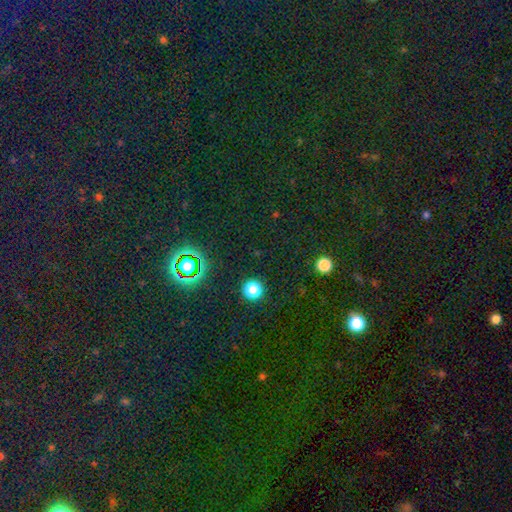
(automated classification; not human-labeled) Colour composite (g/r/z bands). It shows a star or artifact, not a galaxy (74%).